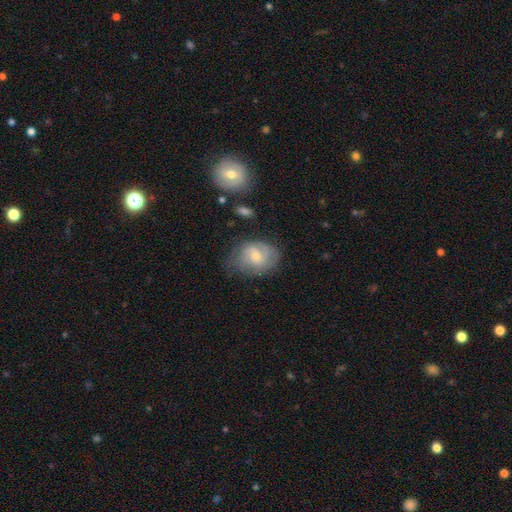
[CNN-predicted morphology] Smooth or featured: featured or disk — 48% (smooth — 44%)
Merging: none — 56% (minor disturbance — 29%)